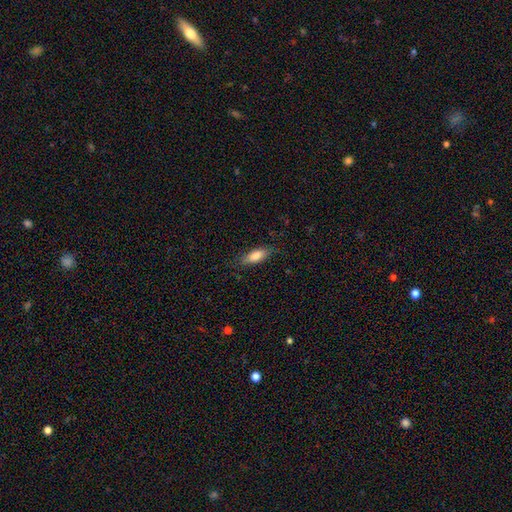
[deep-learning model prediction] Smooth or featured? smooth (79%)
How rounded? in between (65%)
Merging? none (78%)